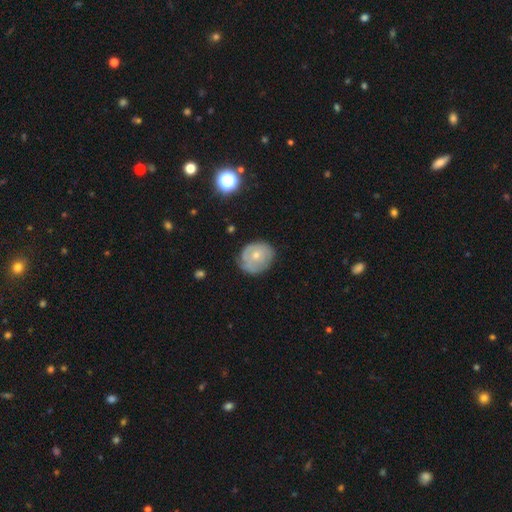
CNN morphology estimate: Overall: featured or disk (47%; smooth 45%). Merging: none (63%; minor disturbance 27%).